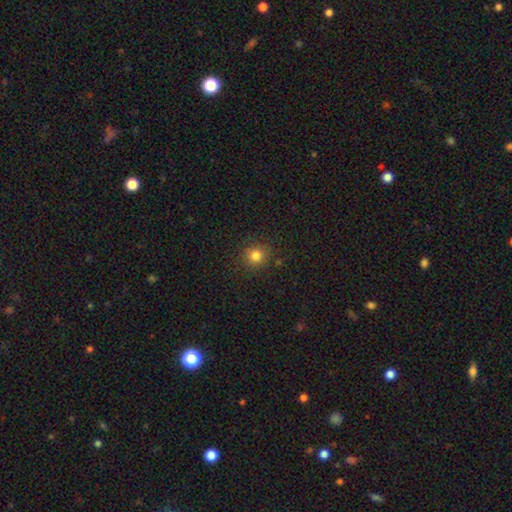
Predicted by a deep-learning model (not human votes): The model was most divided on "smooth or featured": smooth: 82%, star or artifact: 13%, featured or disk: 5%. More confident: how rounded — round (91%); merging — none (88%).